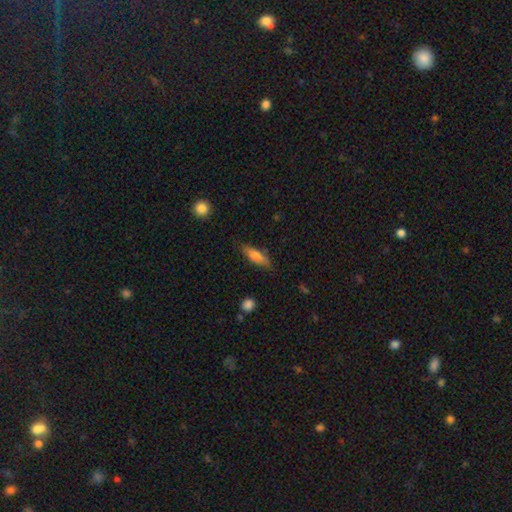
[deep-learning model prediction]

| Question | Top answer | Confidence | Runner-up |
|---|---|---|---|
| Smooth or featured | smooth | 68% | featured or disk (25%) |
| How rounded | cigar-shaped | 52% | in between (46%) |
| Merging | none | 80% | minor disturbance (16%) |